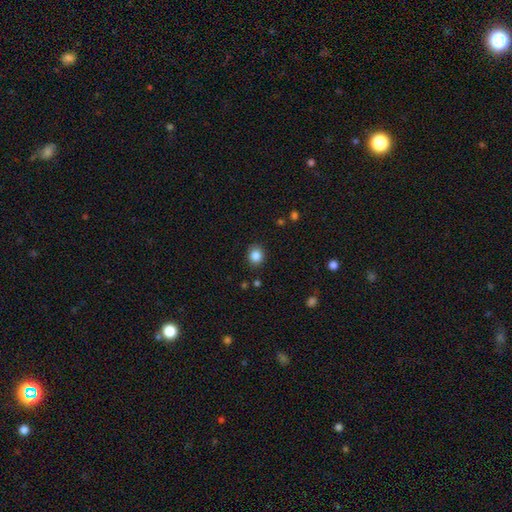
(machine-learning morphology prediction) Smooth or featured? smooth (85%)
How rounded? round (83%)
Merging? none (88%)